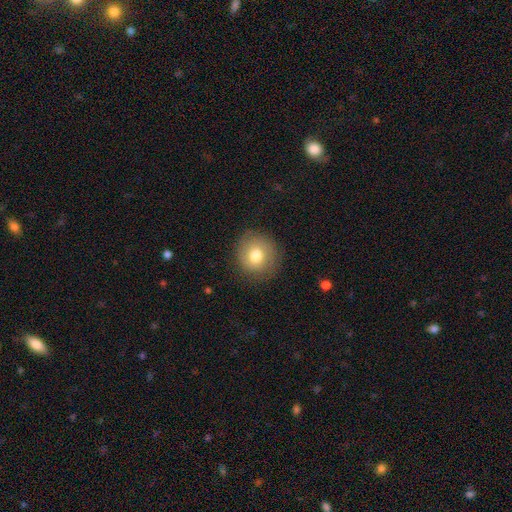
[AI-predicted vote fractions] The model was most divided on "smooth or featured": smooth: 75%, featured or disk: 16%, star or artifact: 9%. More confident: how rounded — round (85%); merging — none (83%).